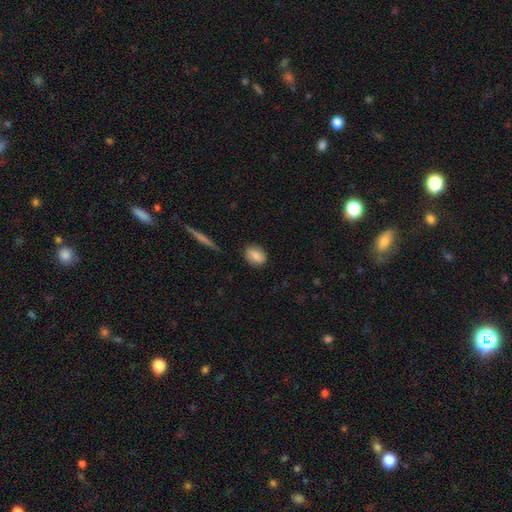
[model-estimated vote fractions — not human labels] smooth-or-featured: smooth: 73% | featured or disk: 19% | star or artifact: 8%
  how-rounded: in between: 64% | round: 33% | cigar-shaped: 3%
  merging: none: 82% | minor disturbance: 13% | major disturbance: 3% | merger: 2%